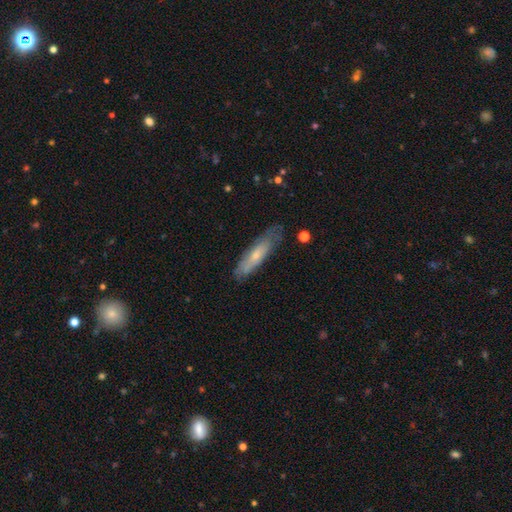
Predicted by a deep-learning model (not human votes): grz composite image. It shows a smooth galaxy with no disk features (53%) that is cigar-shaped (71%). Merging: none (72%).